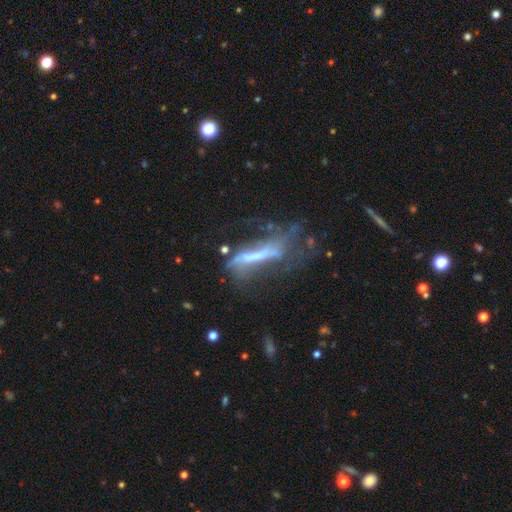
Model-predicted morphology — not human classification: This appears to be a featured or disk galaxy (61%). Merging: major disturbance (43%).